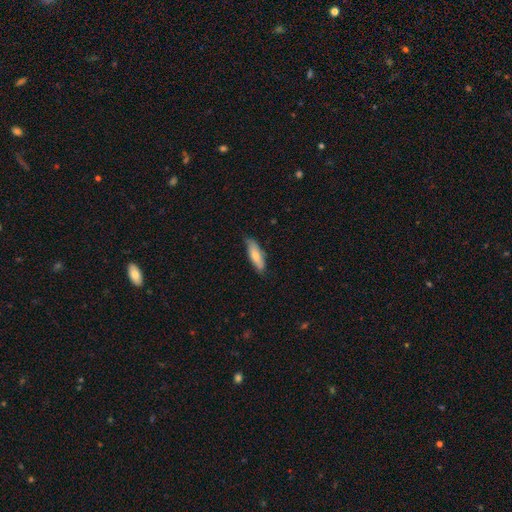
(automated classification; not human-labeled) Morphology: type=smooth (71%); roundness=cigar-shaped (50%); merging=none (72%).